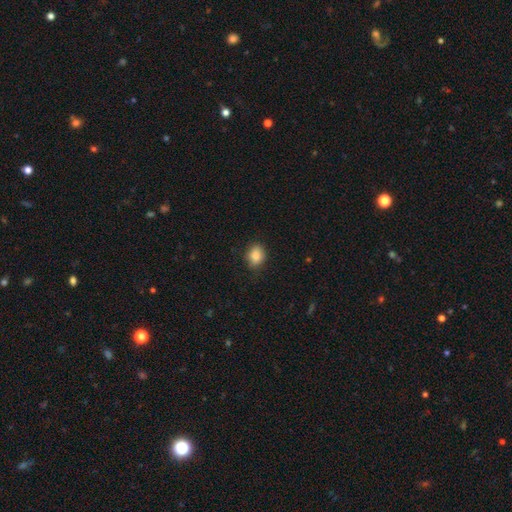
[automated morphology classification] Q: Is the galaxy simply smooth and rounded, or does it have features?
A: smooth — 87%.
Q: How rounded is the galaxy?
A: round — 50%.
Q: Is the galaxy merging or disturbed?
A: none — 82%.